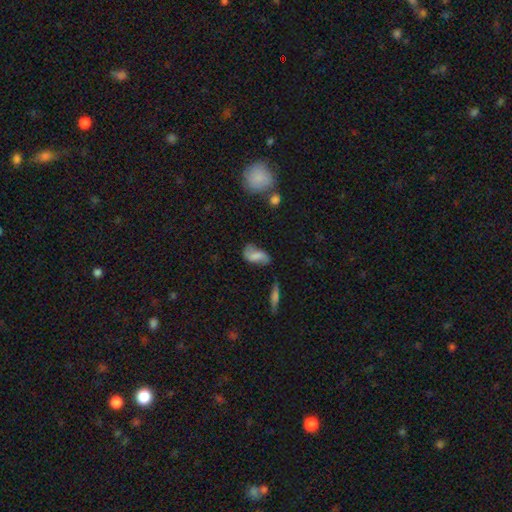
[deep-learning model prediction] This appears to be a smooth galaxy with no disk features (58%) that is in between round and cigar-shaped (89%). Merging: none (48%).